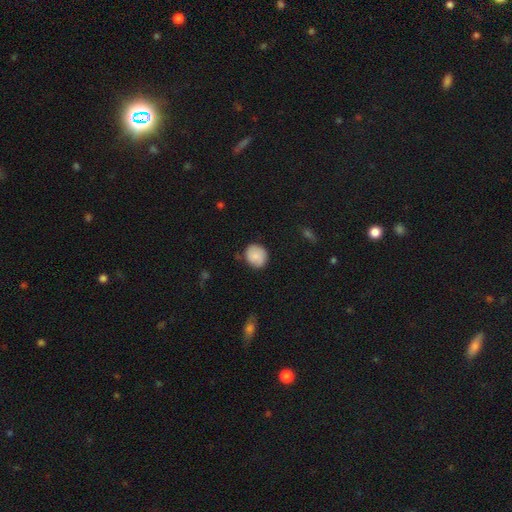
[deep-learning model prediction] This is clearly a smooth galaxy (84%). How rounded: likely round (77%). Merging: likely none (79%).